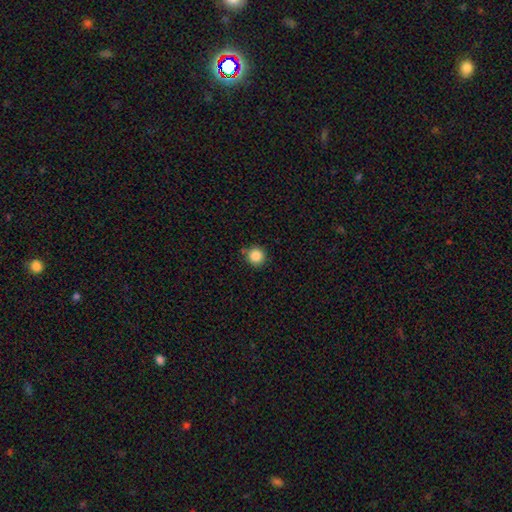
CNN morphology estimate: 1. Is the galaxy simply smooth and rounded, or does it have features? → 86% smooth, 10% star or artifact, 3% featured or disk.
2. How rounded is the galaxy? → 95% round, 4% in between, 1% cigar-shaped.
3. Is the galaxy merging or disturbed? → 82% none, 11% minor disturbance, 4% merger, 3% major disturbance.